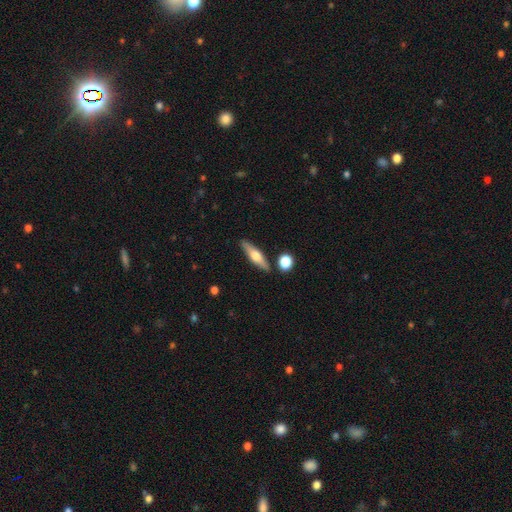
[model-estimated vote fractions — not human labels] This is possibly a featured or disk galaxy (47%, tied with smooth). Merging: clearly none (84%).